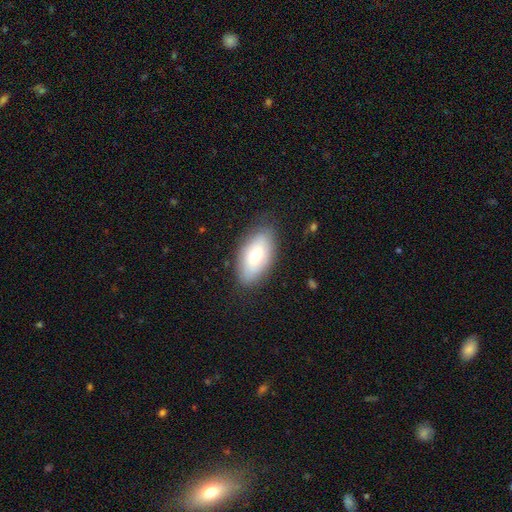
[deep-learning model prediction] Smooth or featured: smooth — 65% (featured or disk — 28%)
How rounded: in between — 92% (cigar-shaped — 4%)
Merging: none — 82% (minor disturbance — 13%)